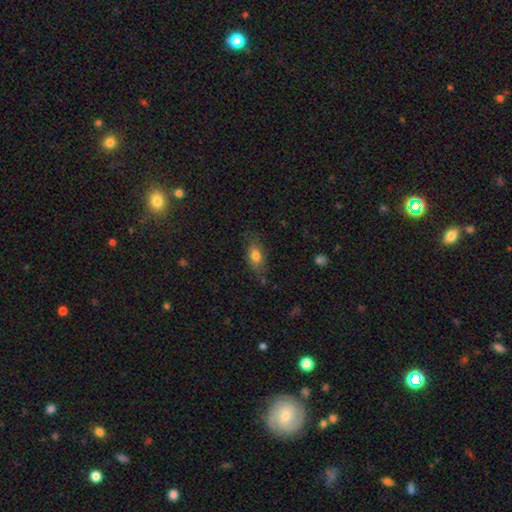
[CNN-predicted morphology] type=smooth (77%); roundness=in between (83%); merging=none (73%).